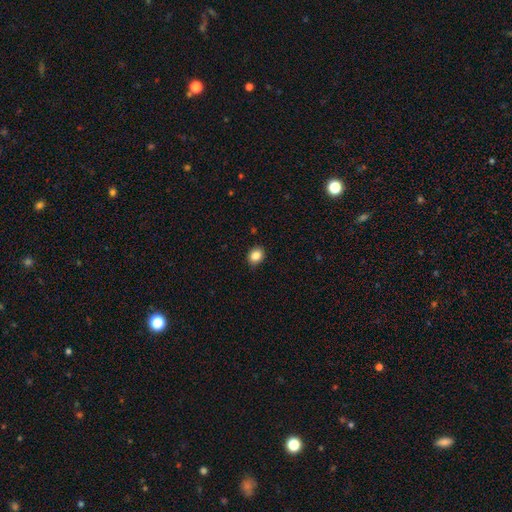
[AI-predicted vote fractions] This is clearly a smooth galaxy (86%). How rounded: possibly in between (54%). Merging: clearly none (88%).